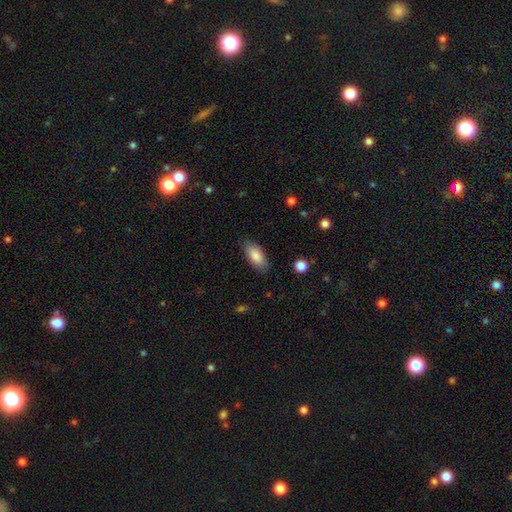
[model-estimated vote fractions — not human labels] smooth_or_featured: smooth (p=0.86) [alt: featured or disk p=0.08]
how_rounded: in between (p=0.88) [alt: cigar-shaped p=0.10]
merging: none (p=0.83) [alt: minor disturbance p=0.13]